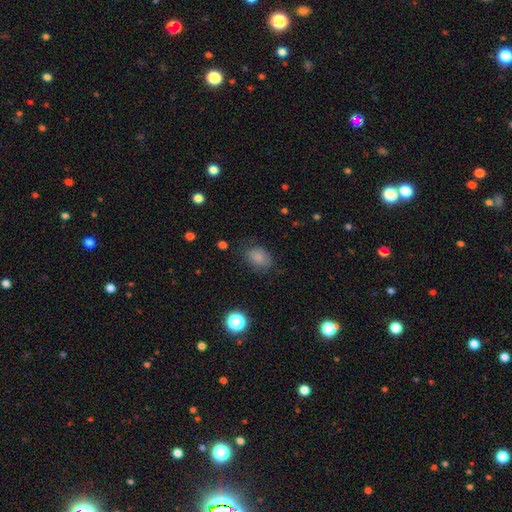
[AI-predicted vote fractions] smooth 79%, star or artifact 14%, featured or disk 7%. Down the decision tree: how rounded — in between (71%); merging — none (75%).